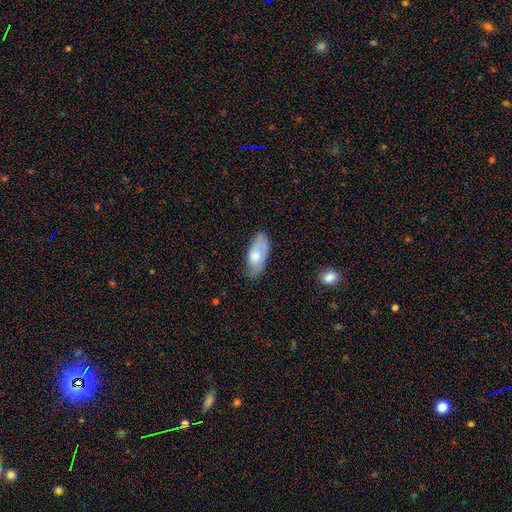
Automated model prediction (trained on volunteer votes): Q: Smooth or featured?
A: smooth (63%); runner-up: featured or disk (31%)
Q: How rounded?
A: in between (87%); runner-up: cigar-shaped (10%)
Q: Merging?
A: none (70%); runner-up: minor disturbance (23%)